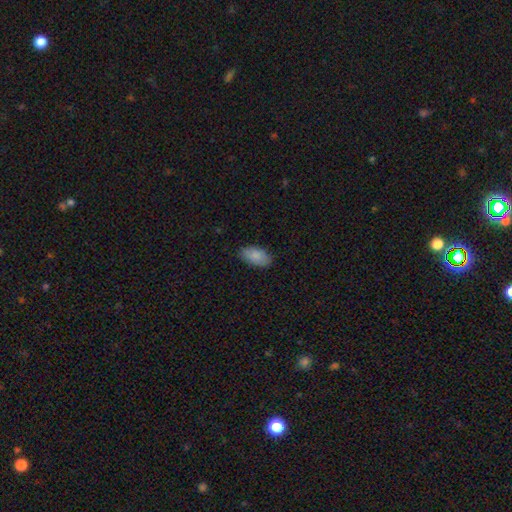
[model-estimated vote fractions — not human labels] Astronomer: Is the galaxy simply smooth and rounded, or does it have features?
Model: smooth — 87%.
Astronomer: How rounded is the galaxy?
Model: in between — 94%.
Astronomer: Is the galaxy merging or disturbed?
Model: none — 83%.